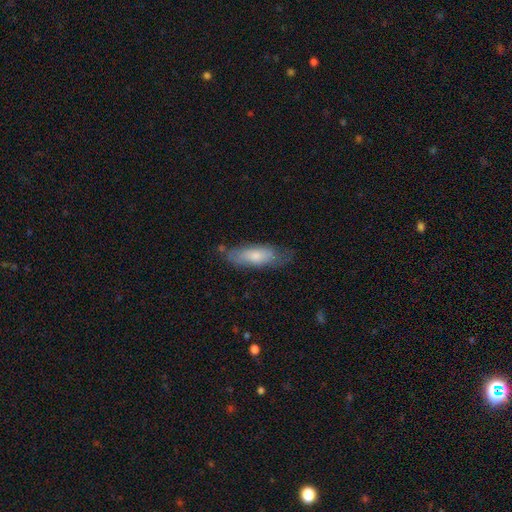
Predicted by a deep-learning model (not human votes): smooth-or-featured: smooth: 68% | featured or disk: 26% | star or artifact: 6%
  how-rounded: in between: 55% | cigar-shaped: 43% | round: 2%
  merging: none: 65% | minor disturbance: 26% | major disturbance: 7% | merger: 3%